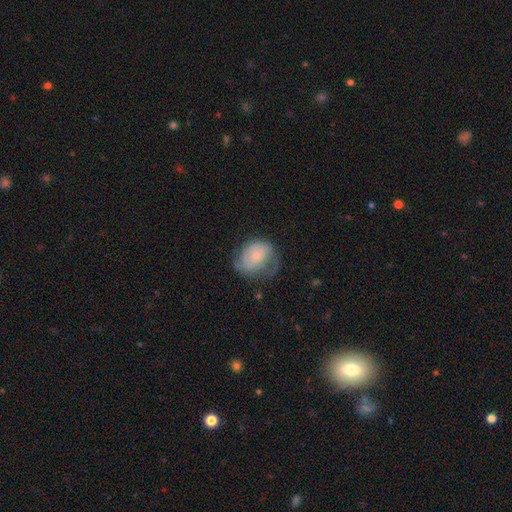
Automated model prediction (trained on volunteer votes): This is possibly a featured or disk galaxy (49%). Merging: marginally none (41%).